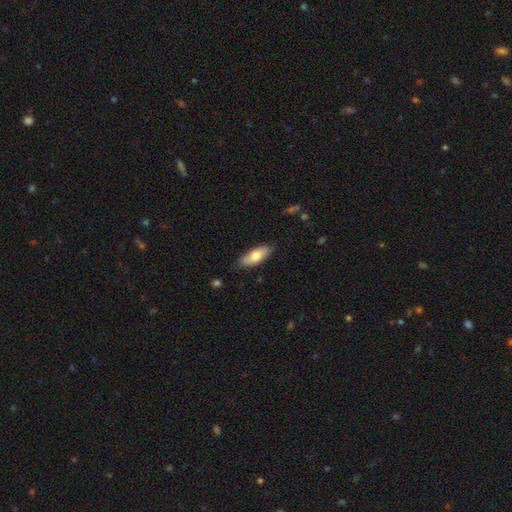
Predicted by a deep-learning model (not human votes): smooth-or-featured: smooth: 74% | featured or disk: 20% | star or artifact: 6%
  how-rounded: in between: 73% | cigar-shaped: 25% | round: 2%
  merging: none: 83% | minor disturbance: 14% | major disturbance: 2% | merger: 1%